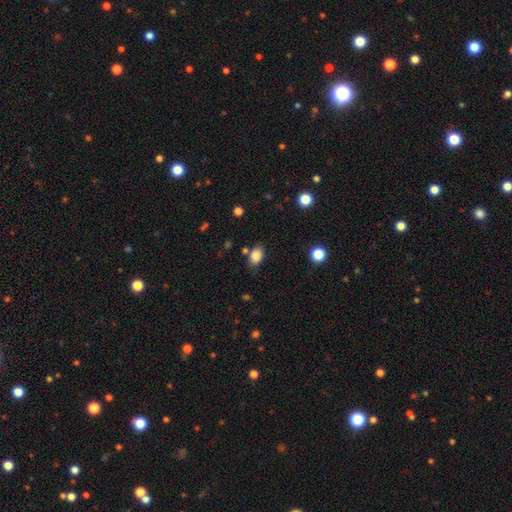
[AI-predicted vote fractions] Smooth or featured? Predicted: smooth (p=0.86). How rounded? Predicted: in between (p=0.77). Merging? Predicted: none (p=0.76).